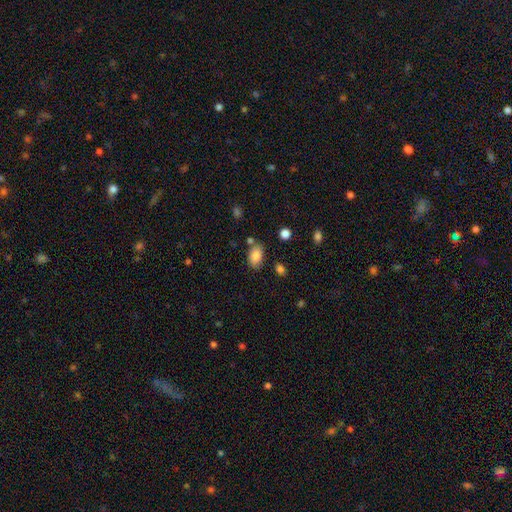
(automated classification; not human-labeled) Smooth or featured? Predicted: smooth (p=0.86). How rounded? Predicted: in between (p=0.89). Merging? Predicted: none (p=0.73).